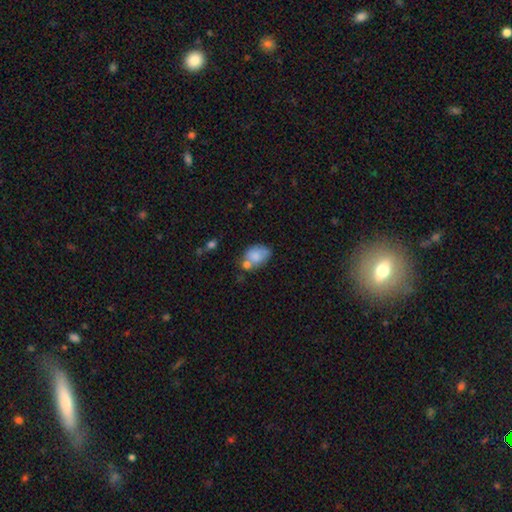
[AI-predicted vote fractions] Smooth or featured? smooth (75%)
How rounded? in between (79%)
Merging? merger (35%)